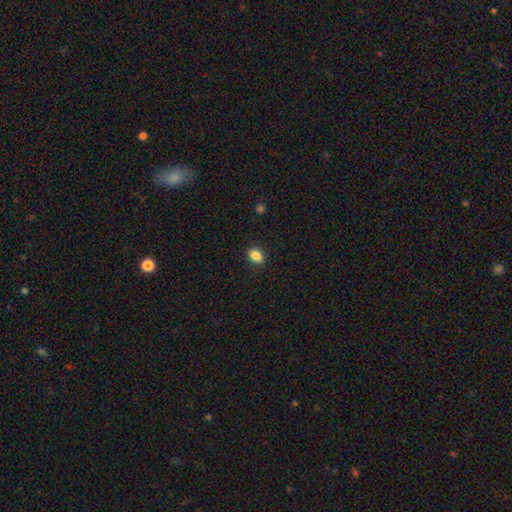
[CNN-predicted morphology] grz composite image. It shows a smooth galaxy with no disk features (87%) that is in between round and cigar-shaped (76%). Merging: none (89%).